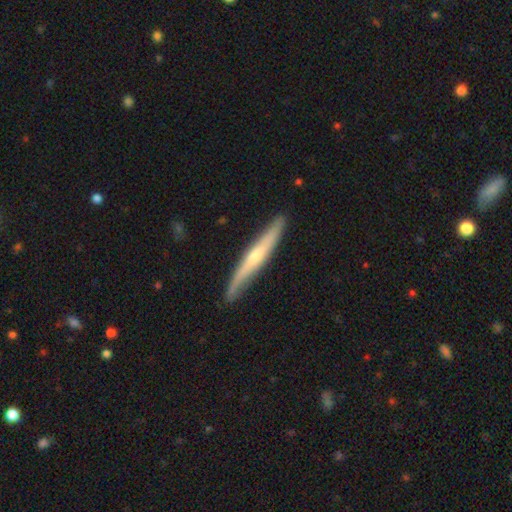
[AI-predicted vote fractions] Smooth or featured? featured or disk (59%)
Edge-on disk? yes (91%)
Edge-on bulge? rounded (58%)
Merging? none (84%)